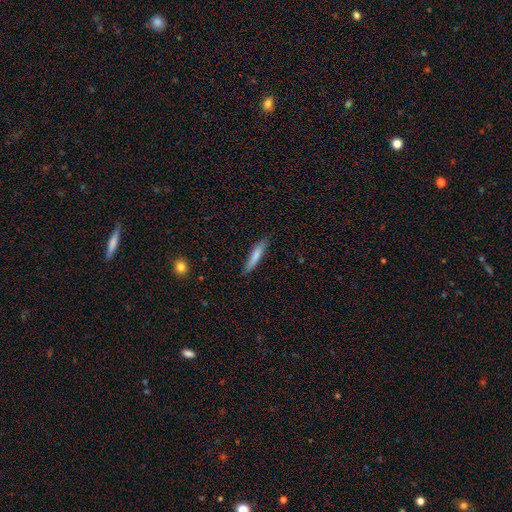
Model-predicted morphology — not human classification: This is likely a smooth galaxy (77%). How rounded: clearly cigar-shaped (89%). Merging: clearly none (84%).